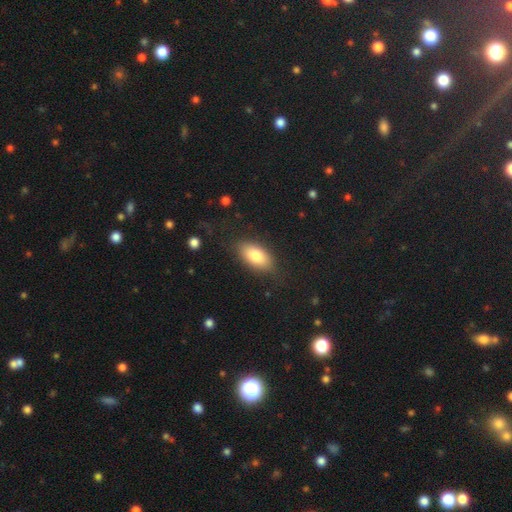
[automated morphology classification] smooth_or_featured: smooth (p=0.81) [alt: featured or disk p=0.12]
how_rounded: in between (p=0.91) [alt: cigar-shaped p=0.05]
merging: none (p=0.80) [alt: minor disturbance p=0.14]